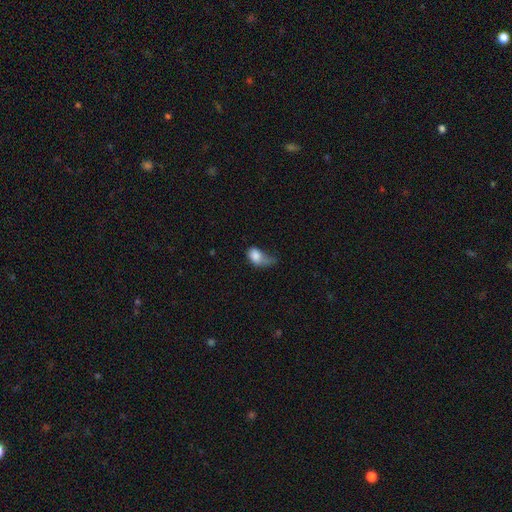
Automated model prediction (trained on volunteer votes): Morphology: type=smooth (77%); roundness=in between (80%); merging=major disturbance (52%).